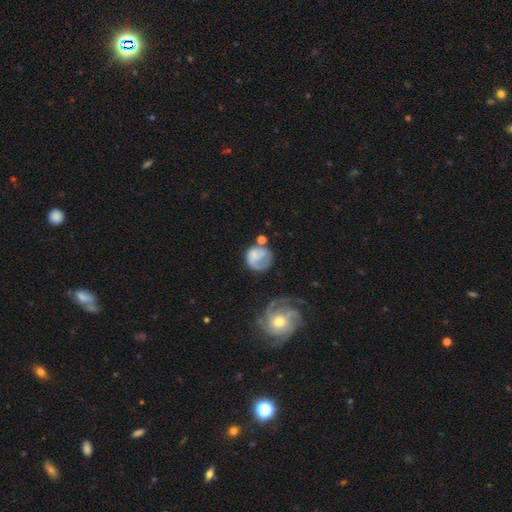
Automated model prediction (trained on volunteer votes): Morphology: type=smooth (52%); roundness=round (78%); merging=none (41%).